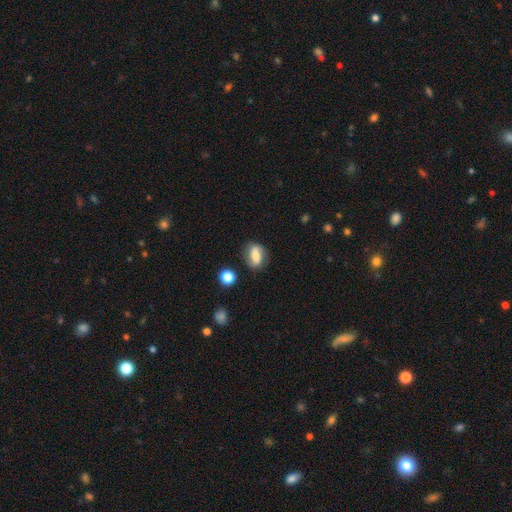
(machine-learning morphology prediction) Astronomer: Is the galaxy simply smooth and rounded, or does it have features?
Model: smooth — 52% (runner-up: featured or disk, 39%).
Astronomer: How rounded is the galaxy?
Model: in between — 72%.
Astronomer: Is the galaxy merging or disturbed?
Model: none — 74%.